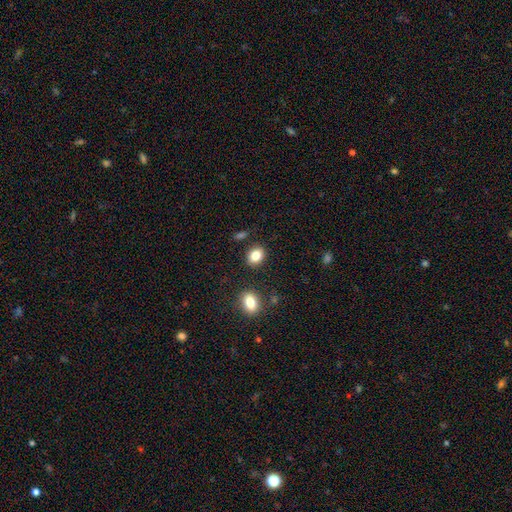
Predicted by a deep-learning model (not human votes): smooth-or-featured: smooth: 84% | star or artifact: 9% | featured or disk: 6%
  how-rounded: in between: 59% | round: 40% | cigar-shaped: 1%
  merging: none: 85% | minor disturbance: 9% | merger: 4% | major disturbance: 3%